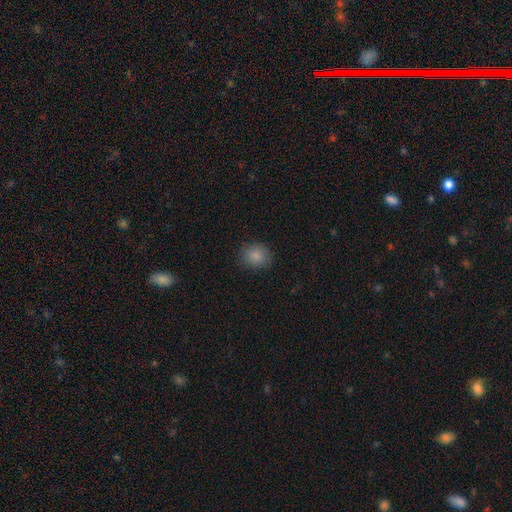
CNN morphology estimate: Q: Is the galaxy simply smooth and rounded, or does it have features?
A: smooth — 87%.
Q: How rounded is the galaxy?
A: round — 73%.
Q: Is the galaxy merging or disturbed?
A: none — 87%.